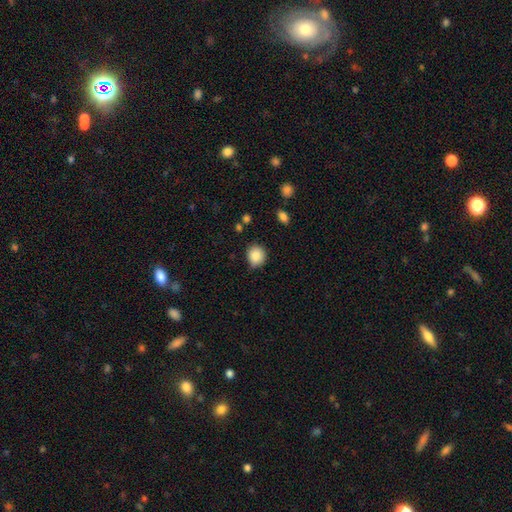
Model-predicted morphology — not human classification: Q: Smooth or featured?
A: smooth (85%); runner-up: star or artifact (9%)
Q: How rounded?
A: round (83%); runner-up: in between (16%)
Q: Merging?
A: none (78%); runner-up: minor disturbance (17%)